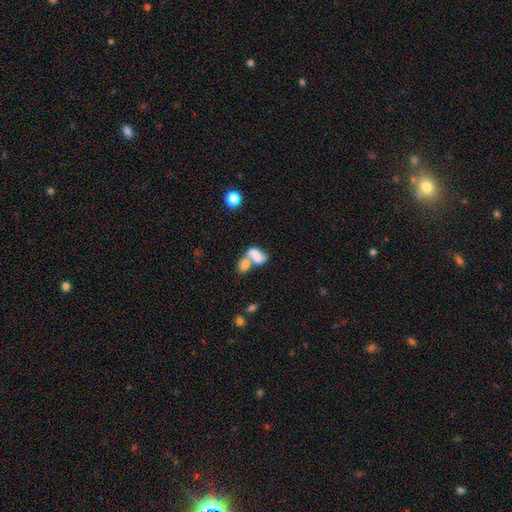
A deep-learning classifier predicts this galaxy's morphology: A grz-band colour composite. It shows a smooth galaxy with no disk features (58%) that is in between round and cigar-shaped (83%). Merging: merger (68%).